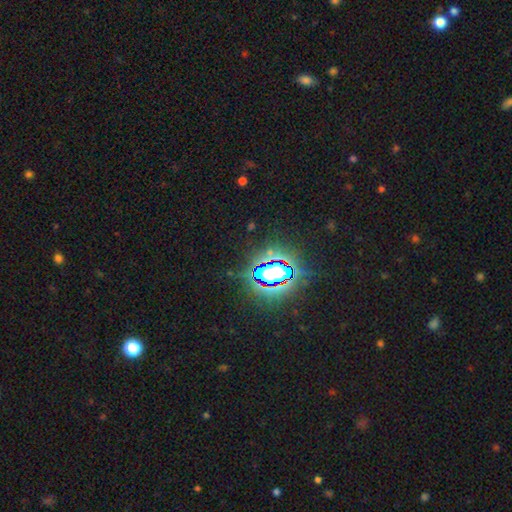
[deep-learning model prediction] Smooth or featured: star or artifact — 81% (smooth — 11%)